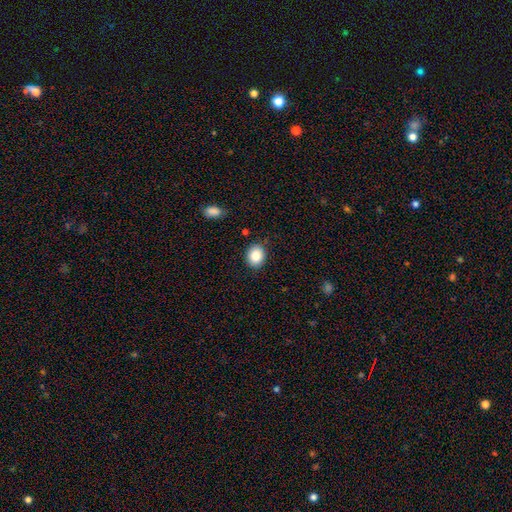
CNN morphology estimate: A smooth galaxy with no disk features (86%) that is round (52%). Merging: none (87%).